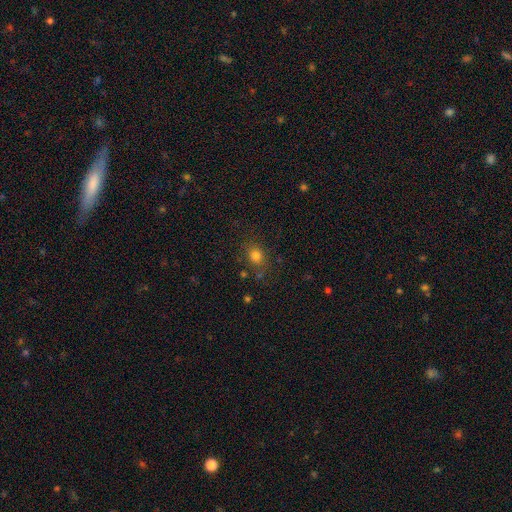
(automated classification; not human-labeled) Overall: smooth (79%). How rounded: round (63%; in between 36%). Merging: none (79%).